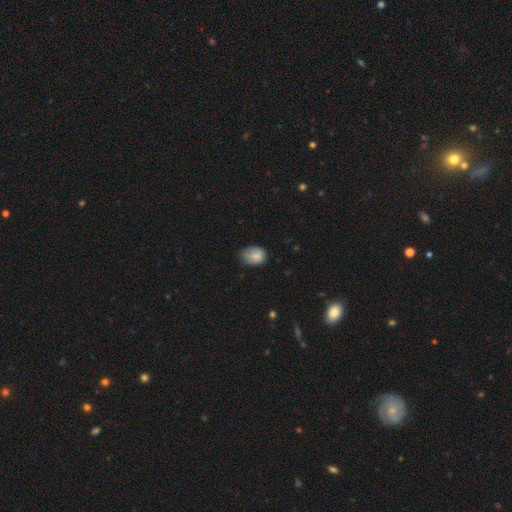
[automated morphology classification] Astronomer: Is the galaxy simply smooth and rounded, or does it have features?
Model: smooth — 80%.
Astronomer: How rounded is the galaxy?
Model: in between — 66%.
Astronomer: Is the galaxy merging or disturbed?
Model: none — 59%.